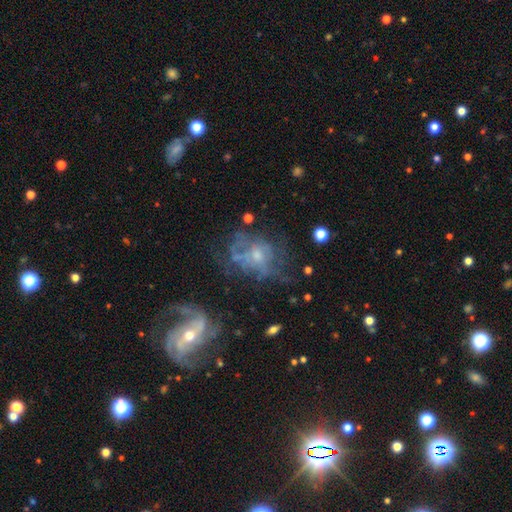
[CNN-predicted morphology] This appears to be a featured or disk galaxy (65%) with no bar (76%), spiral arms (53%) and a small central bulge (47%). Merging: none (39%).